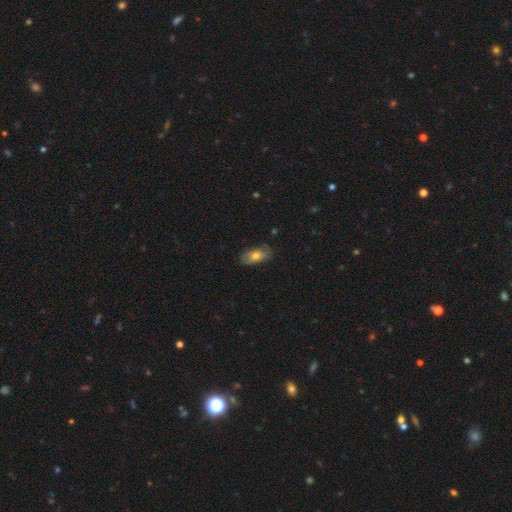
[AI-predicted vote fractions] This appears to be a smooth galaxy with no disk features (65%) that is in between round and cigar-shaped (88%). Merging: none (75%).